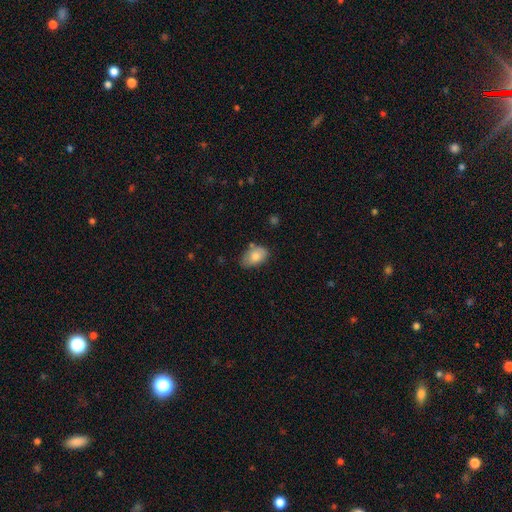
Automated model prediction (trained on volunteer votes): This is likely a smooth galaxy (80%). How rounded: clearly in between (90%). Merging: likely none (65%).